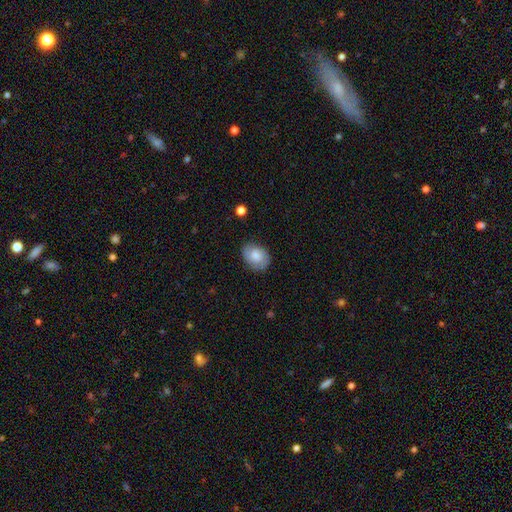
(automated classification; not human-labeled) Q: Smooth or featured?
A: smooth (69%); runner-up: featured or disk (24%)
Q: How rounded?
A: in between (68%); runner-up: round (31%)
Q: Merging?
A: none (77%); runner-up: minor disturbance (18%)